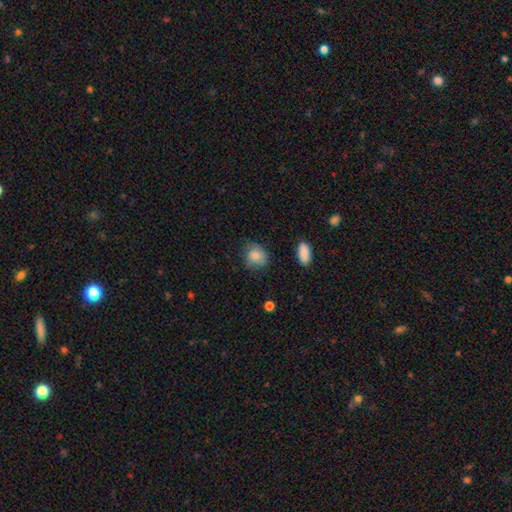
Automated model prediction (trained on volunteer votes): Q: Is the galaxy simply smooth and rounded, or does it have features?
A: smooth — 83%.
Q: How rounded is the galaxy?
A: round — 68%.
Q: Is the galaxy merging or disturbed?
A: none — 67%.